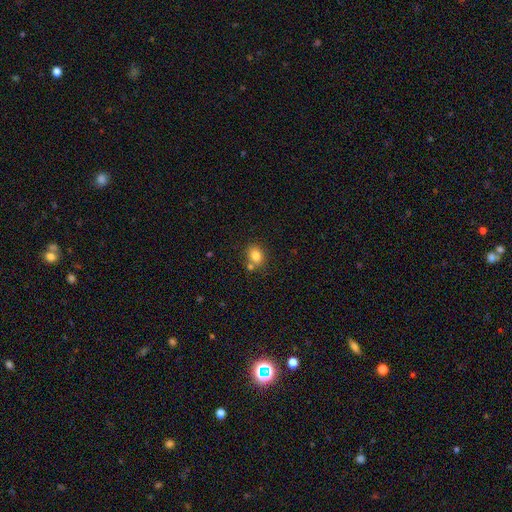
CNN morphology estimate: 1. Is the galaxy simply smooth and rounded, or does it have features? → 82% smooth, 10% star or artifact, 8% featured or disk.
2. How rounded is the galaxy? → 53% in between, 46% round, 1% cigar-shaped.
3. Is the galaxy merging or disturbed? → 67% none, 18% merger, 12% minor disturbance, 3% major disturbance.